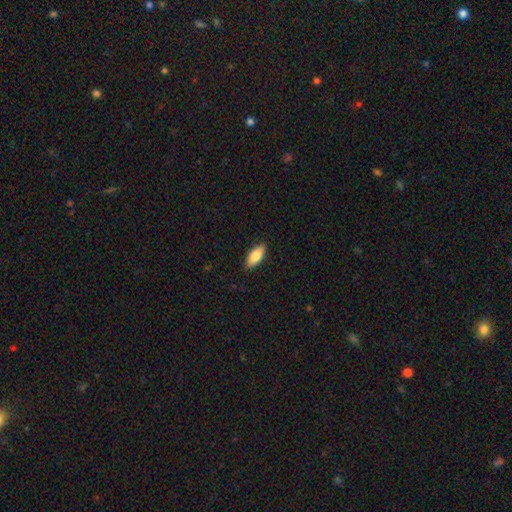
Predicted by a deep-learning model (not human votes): Overall: smooth (80%). How rounded: in between (85%). Merging: none (88%).